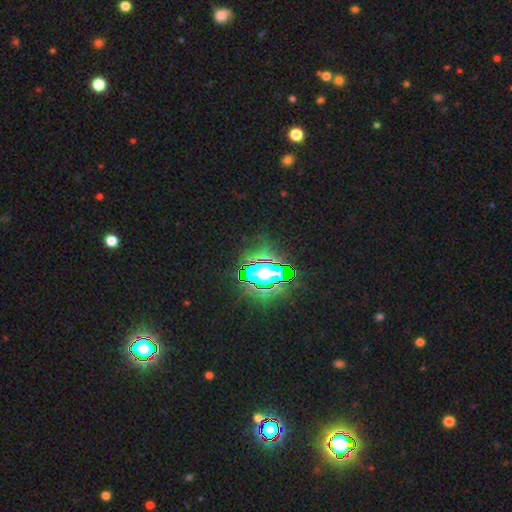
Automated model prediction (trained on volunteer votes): Q: Smooth or featured?
A: star or artifact (84%); runner-up: smooth (10%)